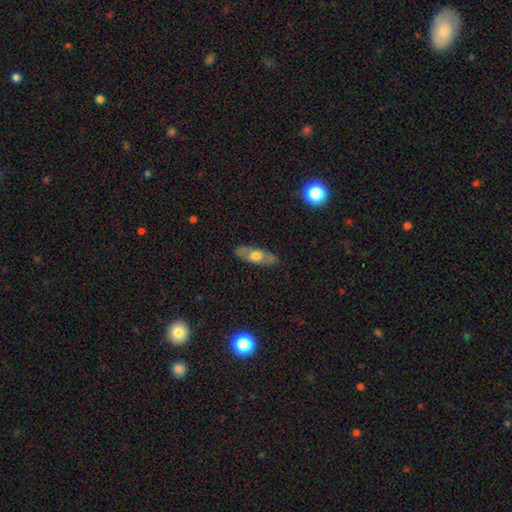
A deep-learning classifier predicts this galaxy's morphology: Smooth or featured: smooth — 49% (featured or disk — 44%)
Merging: none — 82% (minor disturbance — 14%)